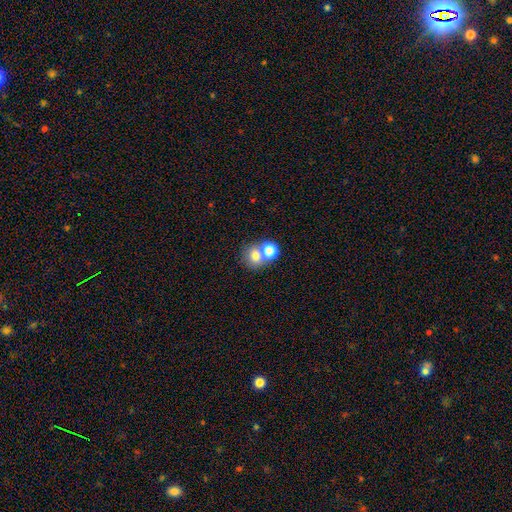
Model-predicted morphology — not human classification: The model was most divided on "merging": merger: 53%, none: 38%, minor disturbance: 6%, major disturbance: 3%. More confident: smooth or featured — smooth (74%); how rounded — round (74%).